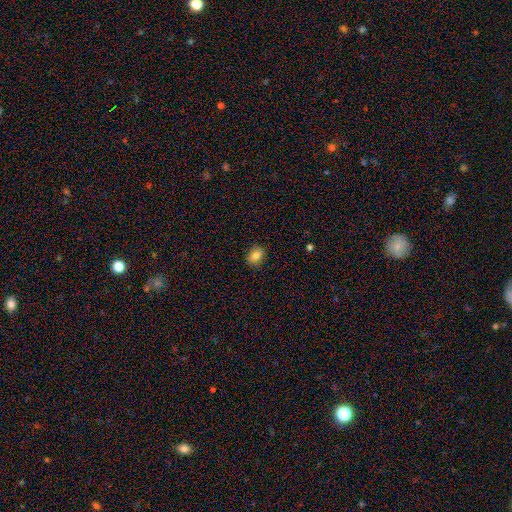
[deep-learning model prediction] Overall: smooth (83%). How rounded: in between (60%; round 39%). Merging: none (86%).